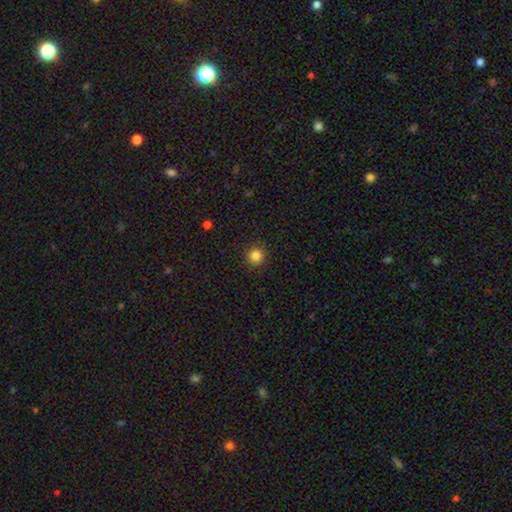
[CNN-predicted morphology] Overall: smooth (85%). How rounded: round (95%). Merging: none (92%).